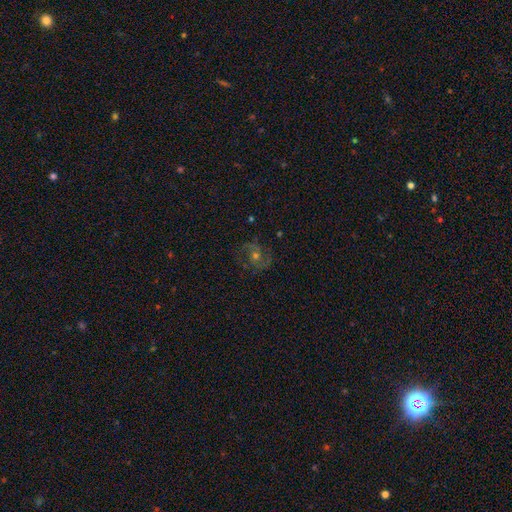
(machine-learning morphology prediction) A featured or disk galaxy (75%) with no bar (67%), 2 (79%) medium (56%) spiral arms (95%) and a moderate central bulge (56%).

Vote fractions:
- Smooth or featured? featured or disk: 75% / star or artifact: 14% / smooth: 11%
- Edge-on disk? no: 97% / yes: 3%
- Bar? no: 67% / weak: 26% / strong: 6%
- Spiral arms? yes: 95% / no: 5%
- Spiral winding? medium: 56% / tight: 26% / loose: 18%
- Spiral arm count? 2: 79% / can't tell: 7% / 3: 7% / 1: 3% / 4: 2% / more than 4: 2%
- Bulge size? moderate: 56% / small: 38% / large: 4% / none: 2% / dominant: 1%
- Merging? none: 78% / minor disturbance: 14% / major disturbance: 7% / merger: 1%